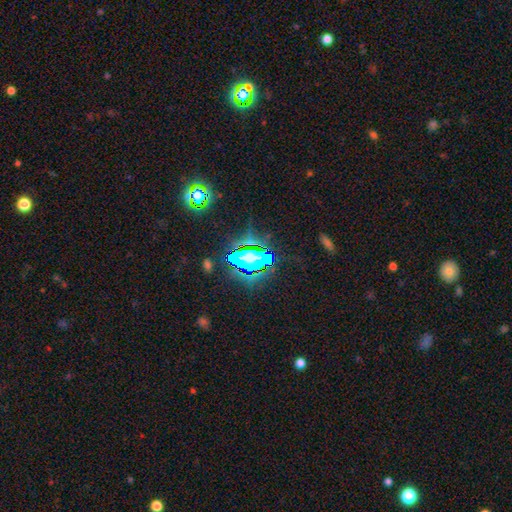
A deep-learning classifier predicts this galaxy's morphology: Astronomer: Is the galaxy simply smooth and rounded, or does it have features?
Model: star or artifact — 55%.